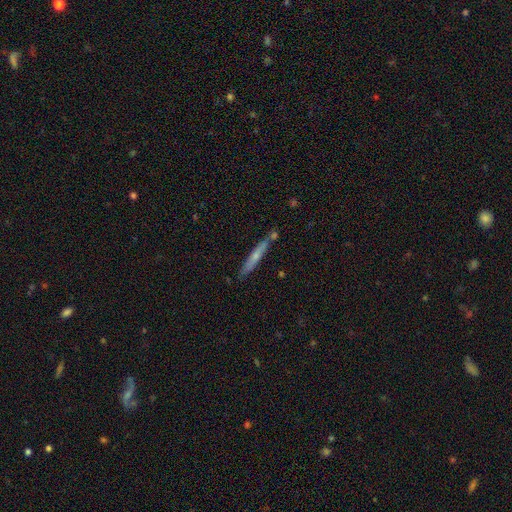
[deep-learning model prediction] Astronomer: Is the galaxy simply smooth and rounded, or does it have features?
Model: smooth — 49% (runner-up: featured or disk, 44%).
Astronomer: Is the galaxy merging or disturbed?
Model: none — 75%.